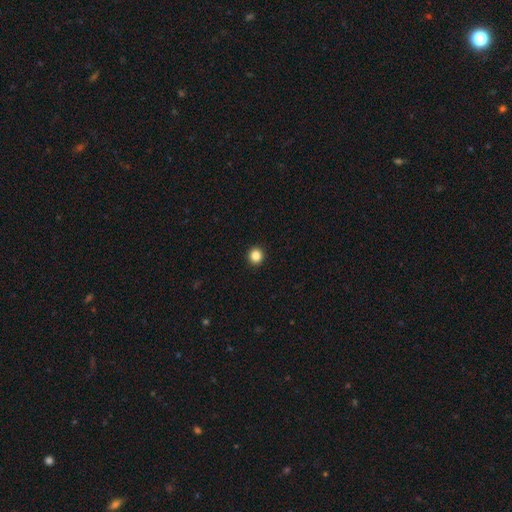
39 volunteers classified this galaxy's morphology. Smooth or featured? 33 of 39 (85%) said smooth. How rounded? 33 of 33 (100%) said round. Merging? 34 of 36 (94%) said none.